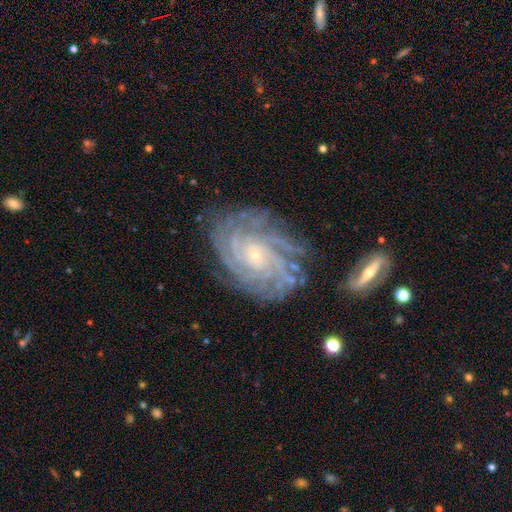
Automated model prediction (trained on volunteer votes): A featured or disk galaxy (89%) with no bar (72%), 4 (30%) tight (78%) spiral arms (98%) and a small central bulge (85%). Merging: none (76%).